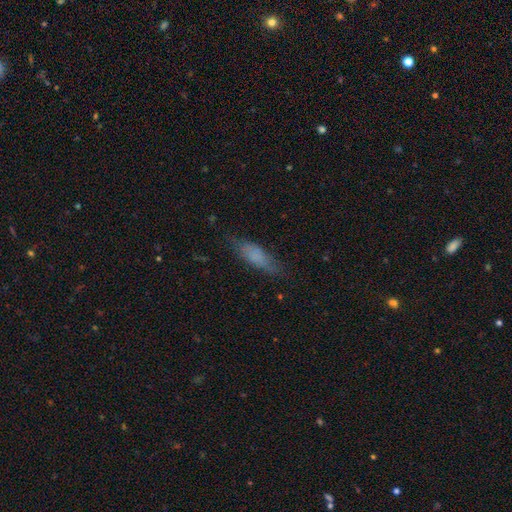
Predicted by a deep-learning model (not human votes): Smooth or featured? smooth (70%)
How rounded? cigar-shaped (51%)
Merging? none (70%)